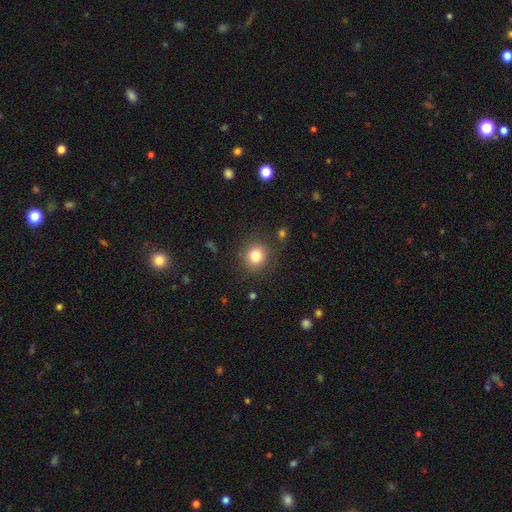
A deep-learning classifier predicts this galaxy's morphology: Smooth or featured: smooth — 81% (star or artifact — 12%)
How rounded: round — 88% (in between — 11%)
Merging: none — 87% (minor disturbance — 8%)